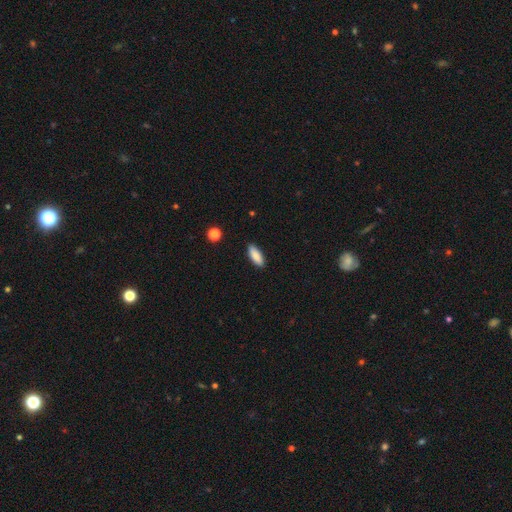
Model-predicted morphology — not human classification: Smooth or featured?
  - smooth: 87% *
  - star or artifact: 7%
  - featured or disk: 6%
How rounded?
  - in between: 71% *
  - cigar-shaped: 27%
  - round: 2%
Merging?
  - none: 89% *
  - minor disturbance: 8%
  - major disturbance: 2%
  - merger: 1%